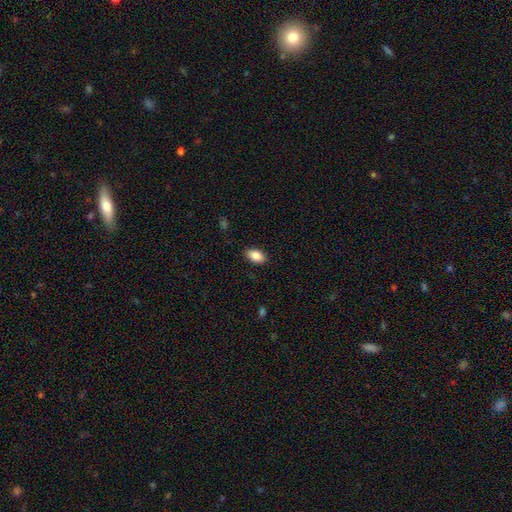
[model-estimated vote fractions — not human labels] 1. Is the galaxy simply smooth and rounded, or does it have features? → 87% smooth, 7% star or artifact, 6% featured or disk.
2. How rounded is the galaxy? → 92% in between, 5% round, 2% cigar-shaped.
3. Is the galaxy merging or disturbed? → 88% none, 9% minor disturbance, 2% major disturbance, 1% merger.